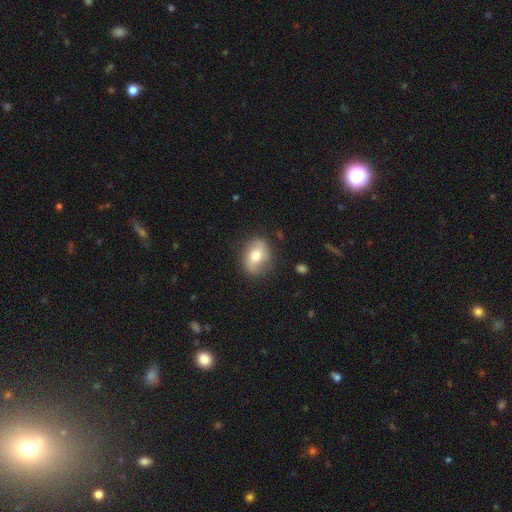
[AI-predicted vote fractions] Overall: smooth (64%; featured or disk 29%). How rounded: in between (67%; round 31%). Merging: none (76%).